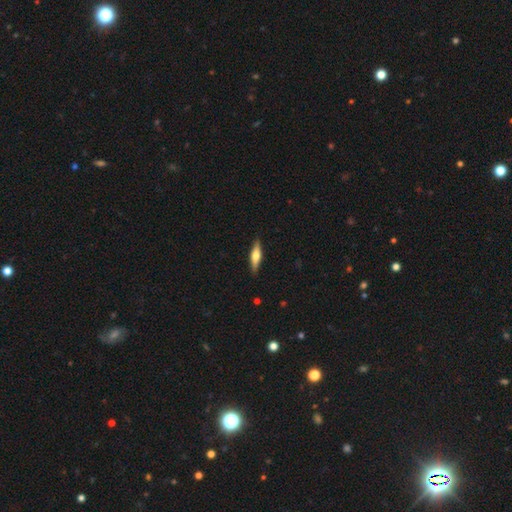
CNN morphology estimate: Overall: featured or disk (53%; smooth 41%). Edge-on disk: yes (95%). Edge-on bulge: rounded (91%). Merging: none (89%).